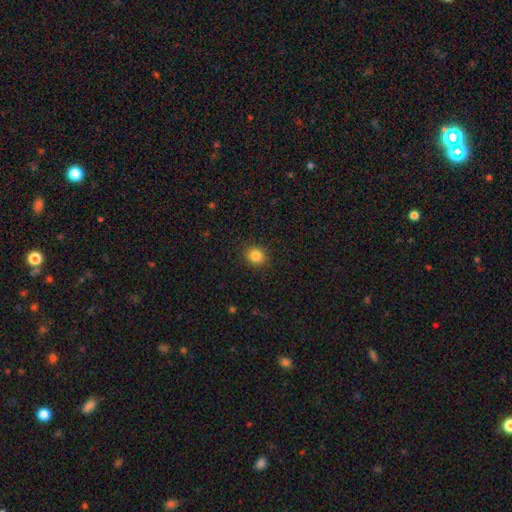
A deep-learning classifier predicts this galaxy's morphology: smooth 85%, star or artifact 11%, featured or disk 4%. Down the decision tree: how rounded — round (83%); merging — none (90%).